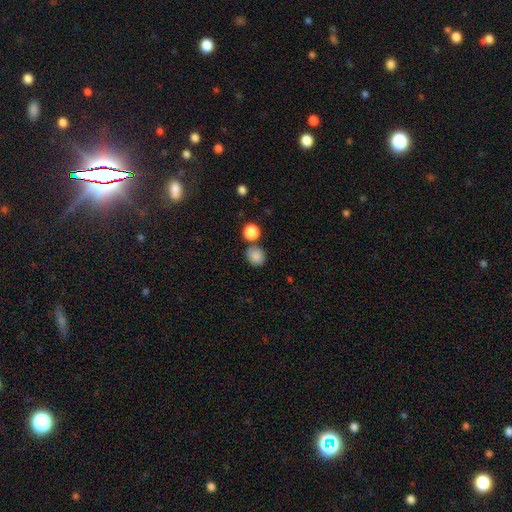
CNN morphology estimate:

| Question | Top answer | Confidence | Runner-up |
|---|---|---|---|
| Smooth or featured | smooth | 85% | star or artifact (9%) |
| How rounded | round | 76% | in between (23%) |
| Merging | none | 70% | merger (15%) |